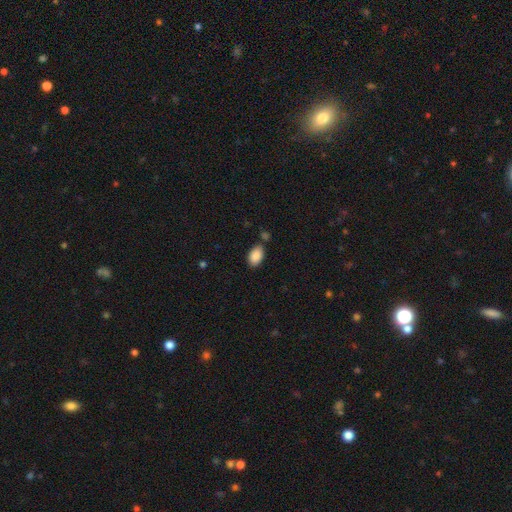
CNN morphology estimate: Smooth or featured? Predicted: smooth (p=0.89). How rounded? Predicted: in between (p=0.91). Merging? Predicted: none (p=0.77).